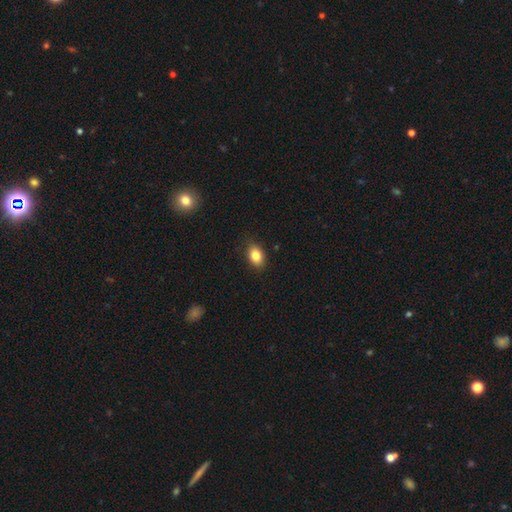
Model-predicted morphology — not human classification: This is clearly a smooth galaxy (84%). How rounded: clearly in between (80%). Merging: clearly none (87%).